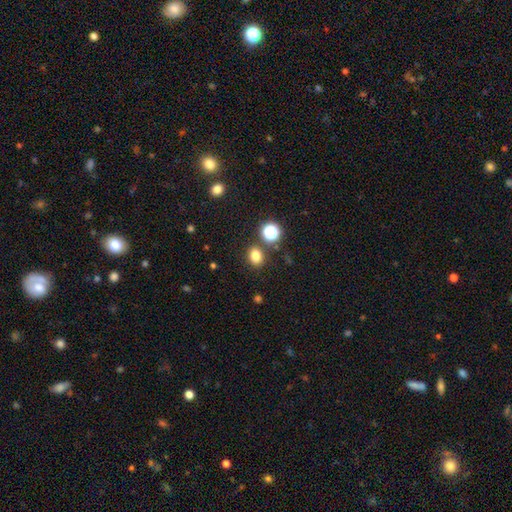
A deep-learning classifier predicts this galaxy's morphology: Smooth or featured? smooth (79%)
How rounded? round (53%)
Merging? none (80%)